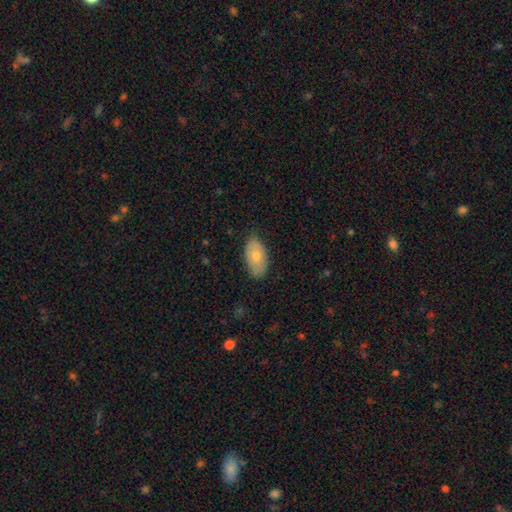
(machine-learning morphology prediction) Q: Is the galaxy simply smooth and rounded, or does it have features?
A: smooth — 76%.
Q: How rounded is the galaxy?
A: in between — 94%.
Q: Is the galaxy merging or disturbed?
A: none — 80%.